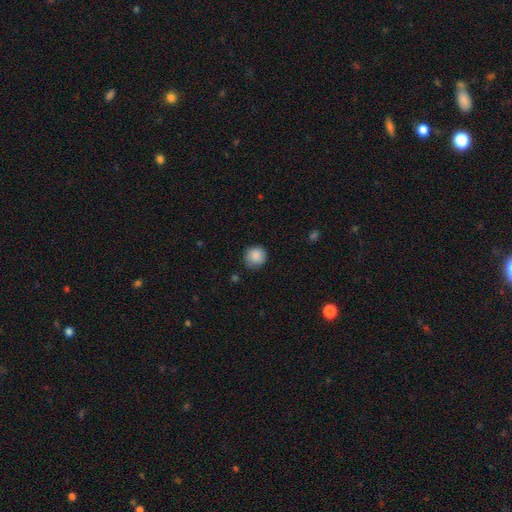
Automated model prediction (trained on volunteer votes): Smooth or featured?
  - smooth: 88% *
  - star or artifact: 8%
  - featured or disk: 4%
How rounded?
  - round: 91% *
  - in between: 8%
  - cigar-shaped: 1%
Merging?
  - none: 84% *
  - minor disturbance: 13%
  - major disturbance: 3%
  - merger: 1%